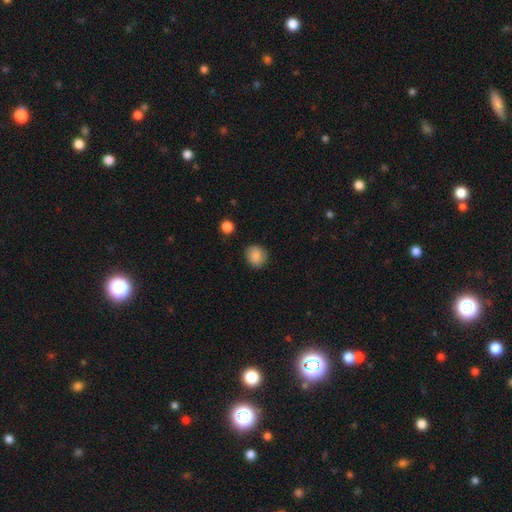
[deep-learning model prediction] Smooth or featured? smooth (86%)
How rounded? round (81%)
Merging? none (86%)